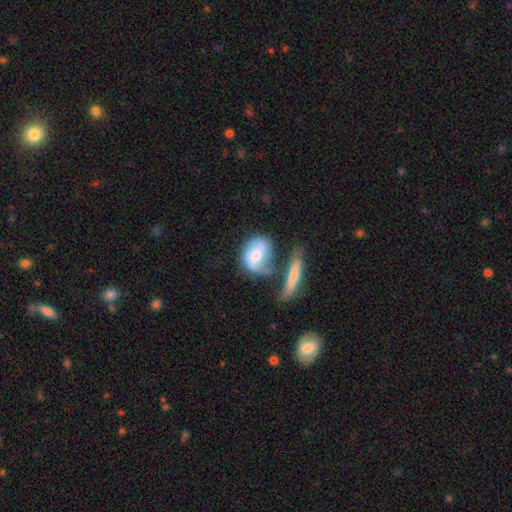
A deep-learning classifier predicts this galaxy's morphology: Smooth or featured? smooth (52%)
How rounded? in between (63%)
Merging? merger (36%)